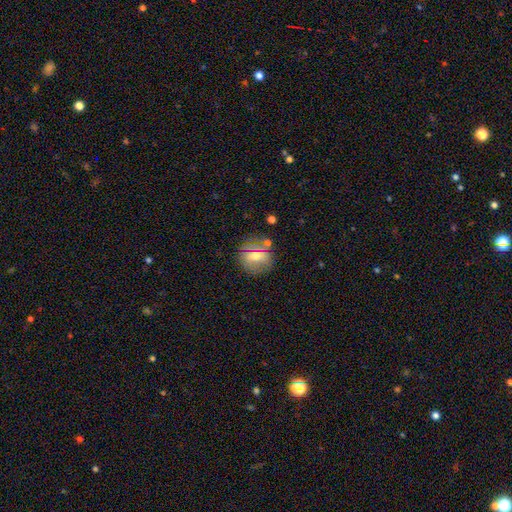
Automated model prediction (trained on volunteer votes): A smooth galaxy with no disk features (58%) that is round (79%).

Vote fractions:
- Smooth or featured? smooth: 58% / featured or disk: 28% / star or artifact: 14%
- How rounded? round: 79% / in between: 20% / cigar-shaped: 2%
- Merging? none: 75% / minor disturbance: 15% / major disturbance: 6% / merger: 5%